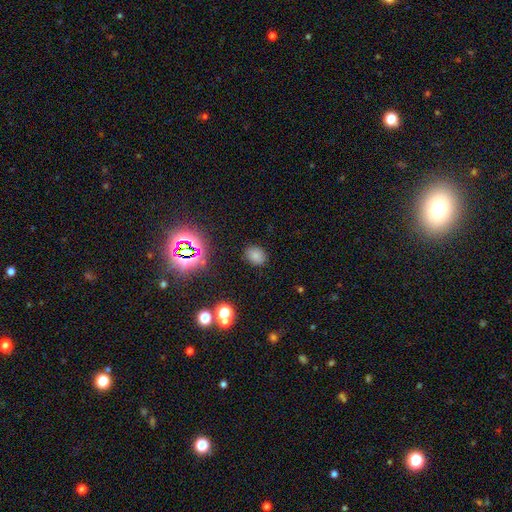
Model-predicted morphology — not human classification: Q: Smooth or featured?
A: smooth (73%); runner-up: star or artifact (19%)
Q: How rounded?
A: in between (53%); runner-up: round (46%)
Q: Merging?
A: none (86%); runner-up: minor disturbance (10%)